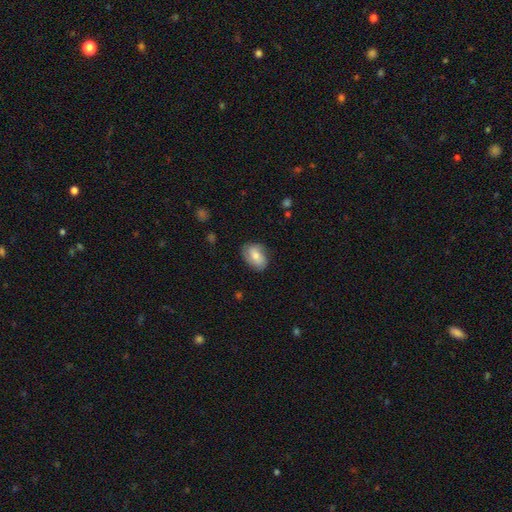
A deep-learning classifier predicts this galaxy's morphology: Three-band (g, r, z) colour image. It shows a smooth galaxy with no disk features (65%) that is in between round and cigar-shaped (83%). Merging: none (74%).